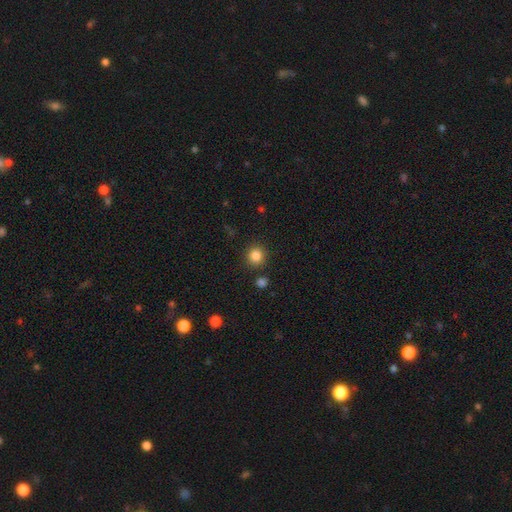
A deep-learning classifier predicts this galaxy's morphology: Smooth or featured? smooth (85%)
How rounded? round (91%)
Merging? none (88%)